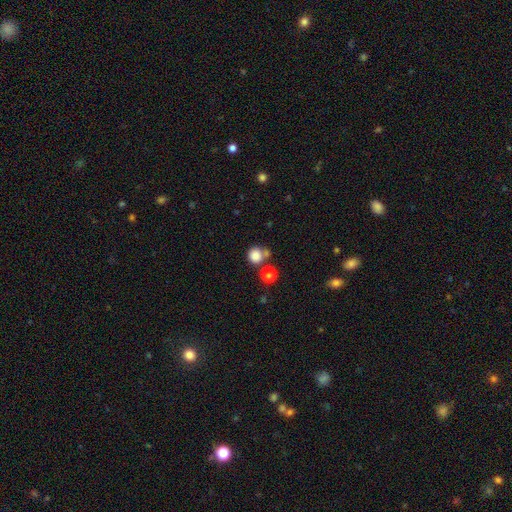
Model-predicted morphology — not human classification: smooth 83%, star or artifact 11%, featured or disk 6%. Down the decision tree: how rounded — round (89%); merging — none (59%).